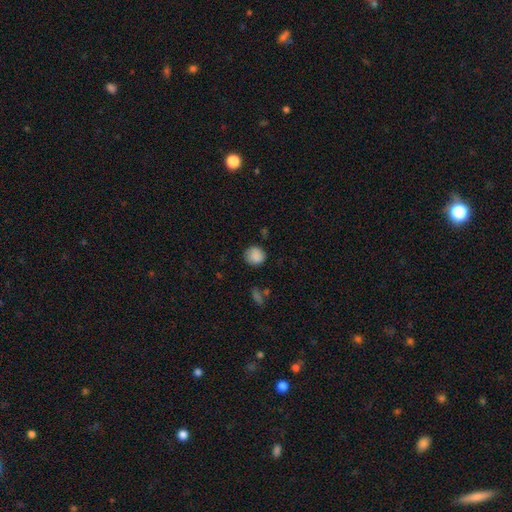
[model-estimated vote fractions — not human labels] smooth-or-featured: smooth: 86% | star or artifact: 9% | featured or disk: 5%
  how-rounded: round: 87% | in between: 12% | cigar-shaped: 1%
  merging: none: 77% | minor disturbance: 17% | major disturbance: 4% | merger: 2%